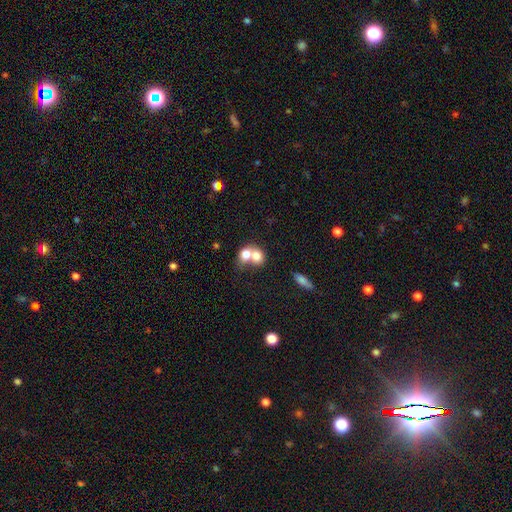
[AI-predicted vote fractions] This appears to be a smooth galaxy with no disk features (72%) that is round (54%). Merging: merger (73%).